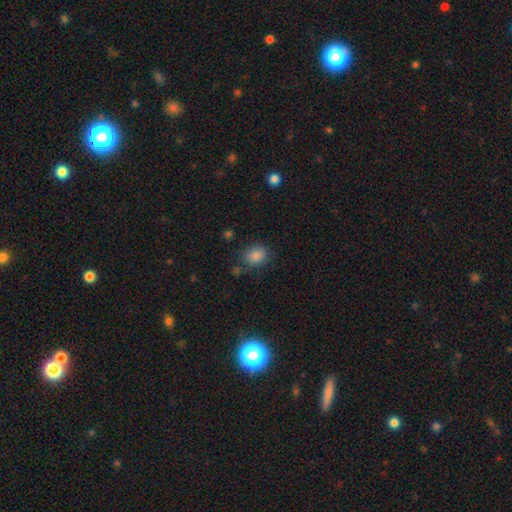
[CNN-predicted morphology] smooth_or_featured: smooth (p=0.84) [alt: star or artifact p=0.10]
how_rounded: round (p=0.51) [alt: in between p=0.48]
merging: none (p=0.74) [alt: minor disturbance p=0.16]